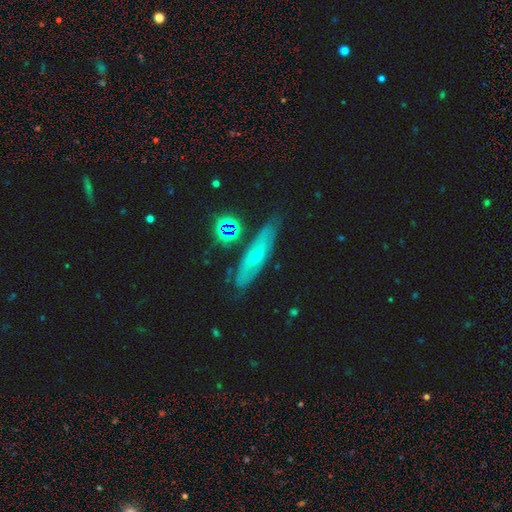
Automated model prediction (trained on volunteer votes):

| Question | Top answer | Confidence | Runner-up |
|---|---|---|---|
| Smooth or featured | featured or disk | 65% | smooth (25%) |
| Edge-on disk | no | 50% | tied: yes (50%) |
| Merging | none | 77% | minor disturbance (16%) |